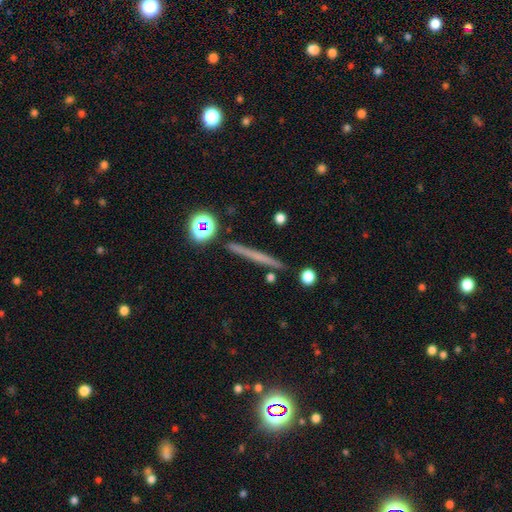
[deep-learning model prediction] A featured or disk galaxy (47%). Merging: none (87%).